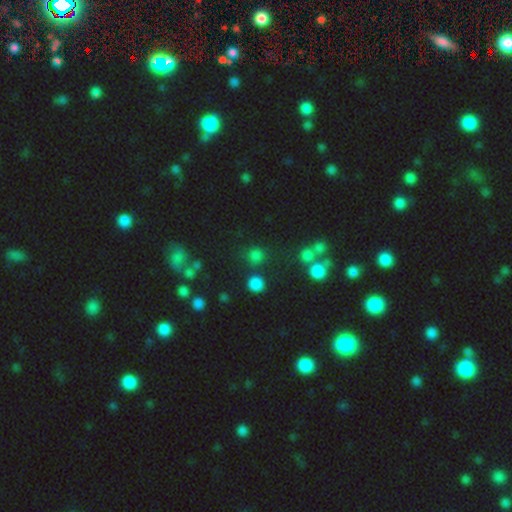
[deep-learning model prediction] smooth 70%, star or artifact 23%, featured or disk 7%. Down the decision tree: how rounded — round (88%); merging — none (74%).